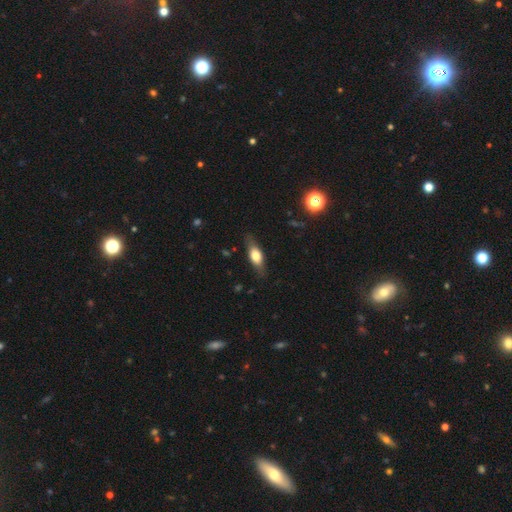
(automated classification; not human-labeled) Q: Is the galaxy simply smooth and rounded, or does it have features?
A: smooth — 62%.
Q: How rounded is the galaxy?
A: in between — 70%.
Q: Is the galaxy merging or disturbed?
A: none — 78%.